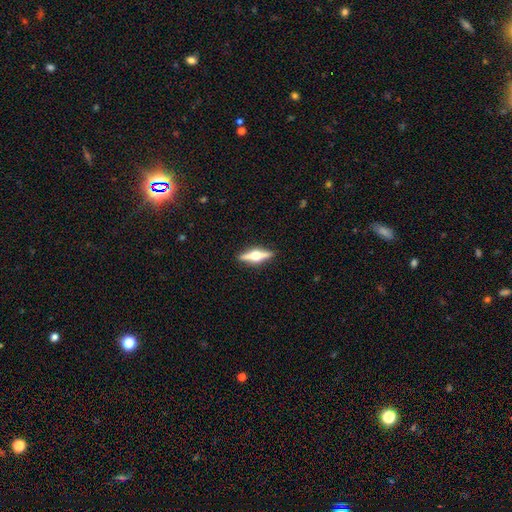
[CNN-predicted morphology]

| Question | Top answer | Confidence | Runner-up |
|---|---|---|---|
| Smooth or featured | featured or disk | 76% | smooth (19%) |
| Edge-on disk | yes | 98% | no (2%) |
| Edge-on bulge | rounded | 97% | boxy (2%) |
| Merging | none | 91% | minor disturbance (6%) |